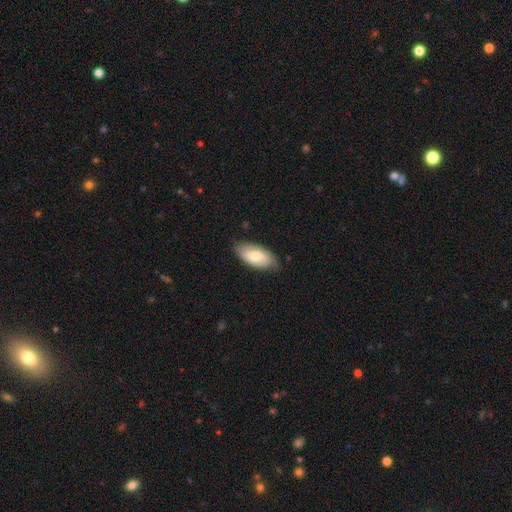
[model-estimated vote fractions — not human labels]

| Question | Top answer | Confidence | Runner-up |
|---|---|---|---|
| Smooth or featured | smooth | 66% | featured or disk (28%) |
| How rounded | in between | 92% | cigar-shaped (5%) |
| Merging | none | 79% | minor disturbance (18%) |